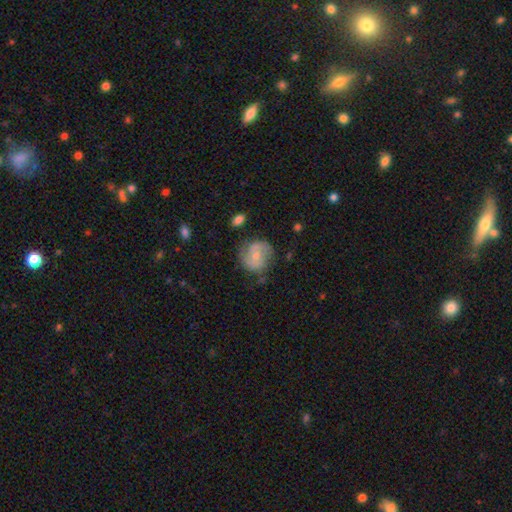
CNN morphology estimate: Overall: featured or disk (50%; smooth 43%). Merging: none (65%).